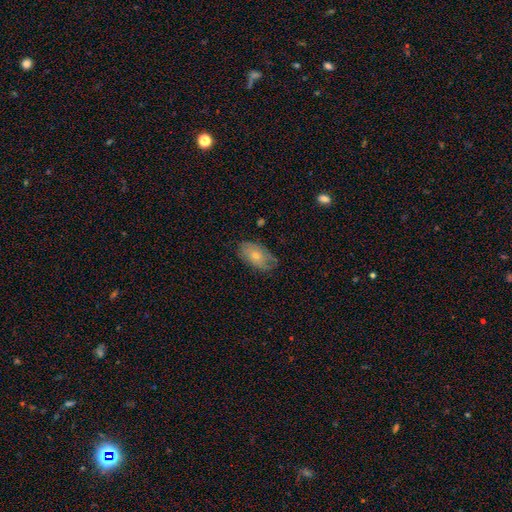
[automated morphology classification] A smooth galaxy with no disk features (53%) that is in between round and cigar-shaped (90%). Merging: none (72%).